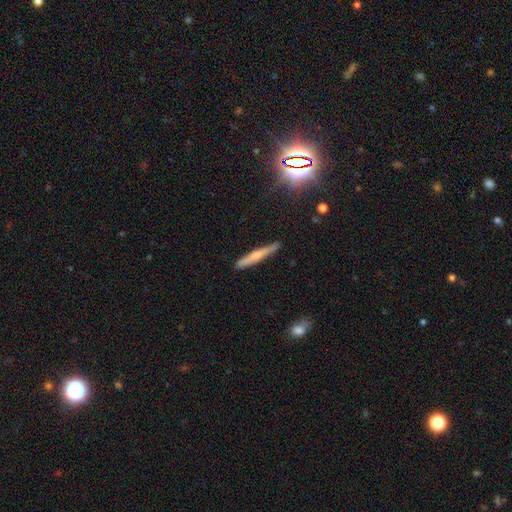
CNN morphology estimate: smooth 48%, featured or disk 44%, star or artifact 7%. Down the decision tree: merging — none (87%).